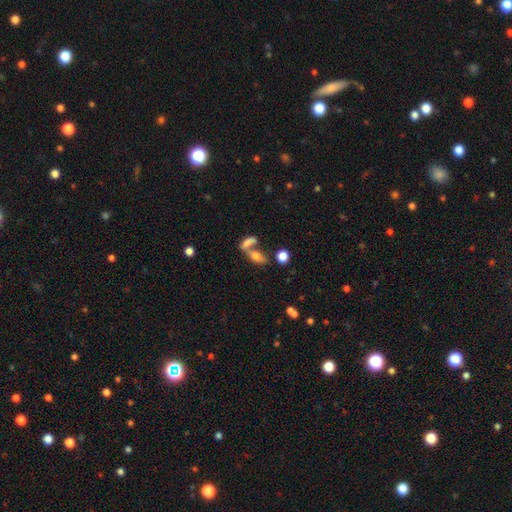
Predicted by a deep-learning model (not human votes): smooth 65%, featured or disk 22%, star or artifact 13%. Down the decision tree: how rounded — in between (70%); merging — merger (48%).